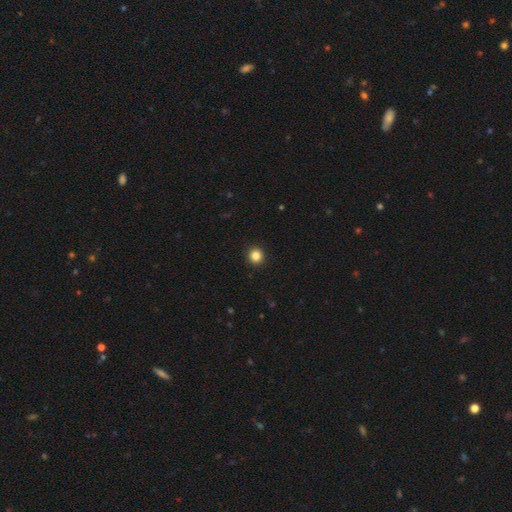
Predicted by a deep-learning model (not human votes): Smooth or featured? smooth (84%)
How rounded? round (93%)
Merging? none (93%)